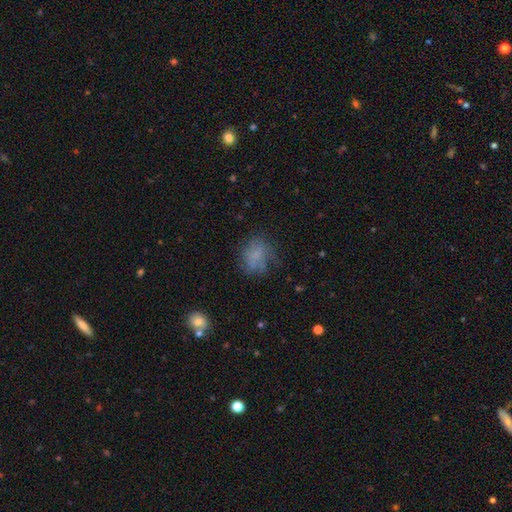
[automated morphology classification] The model was most divided on "how rounded": in between: 53%, round: 45%, cigar-shaped: 2%. More confident: smooth or featured — smooth (65%); merging — none (56%).